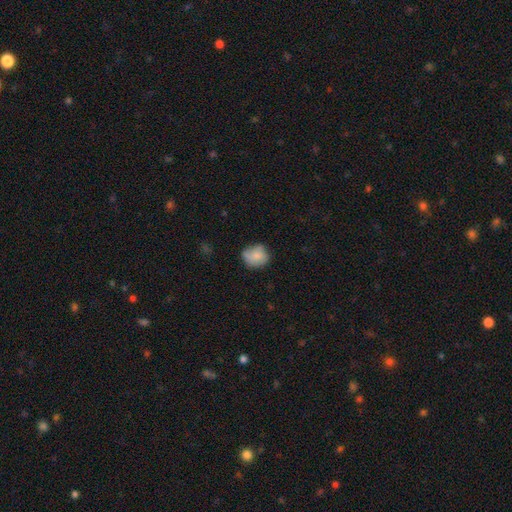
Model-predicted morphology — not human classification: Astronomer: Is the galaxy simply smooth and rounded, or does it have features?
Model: smooth — 76%.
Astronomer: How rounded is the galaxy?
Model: round — 71%.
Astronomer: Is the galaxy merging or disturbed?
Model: none — 58%.